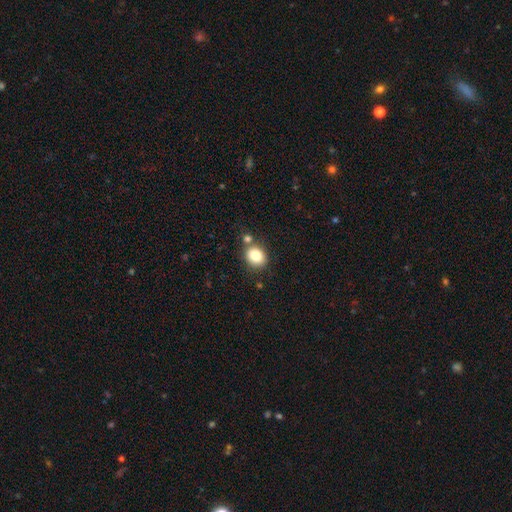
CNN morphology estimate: This appears to be a smooth galaxy with no disk features (83%) that is round (59%). Merging: none (69%).